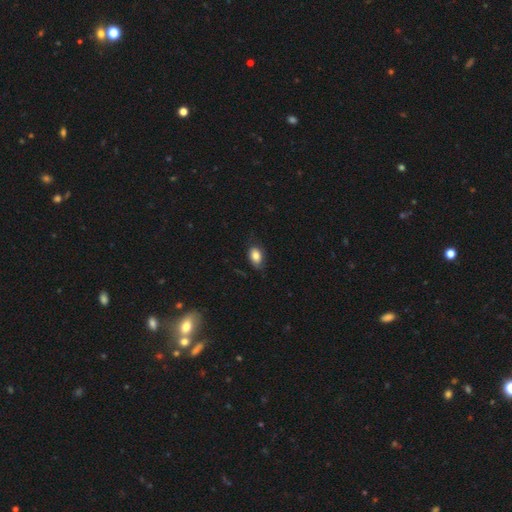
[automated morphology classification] Overall: smooth (83%). How rounded: in between (86%). Merging: none (71%).